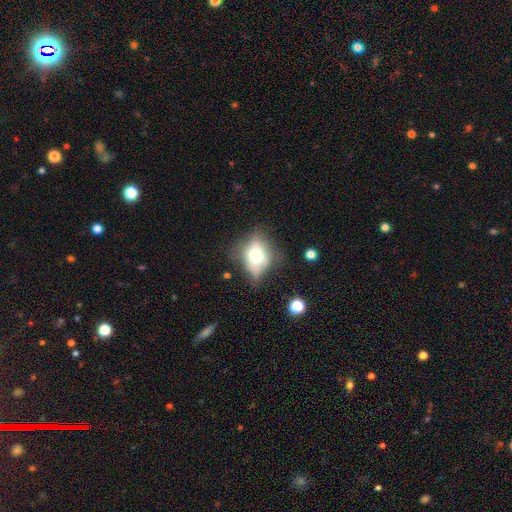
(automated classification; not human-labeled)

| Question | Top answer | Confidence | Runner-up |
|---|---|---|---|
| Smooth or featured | smooth | 52% | featured or disk (38%) |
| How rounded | in between | 66% | round (31%) |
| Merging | none | 48% | minor disturbance (29%) |